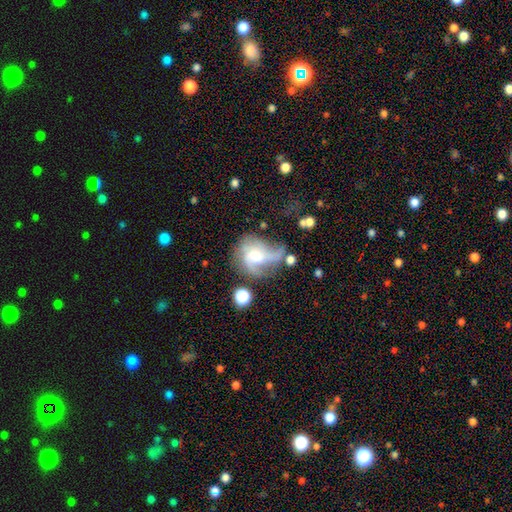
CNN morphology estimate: This is likely a featured or disk galaxy (63%). It is clearly not viewed edge-on (97%). Bar: likely no (65%). Spiral arm pattern: clearly yes (82%). Spiral arm count: marginally 3 (31%). Spiral winding: possibly loose (49%). Central bulge: possibly moderate (54%). Merging: marginally none (35%).